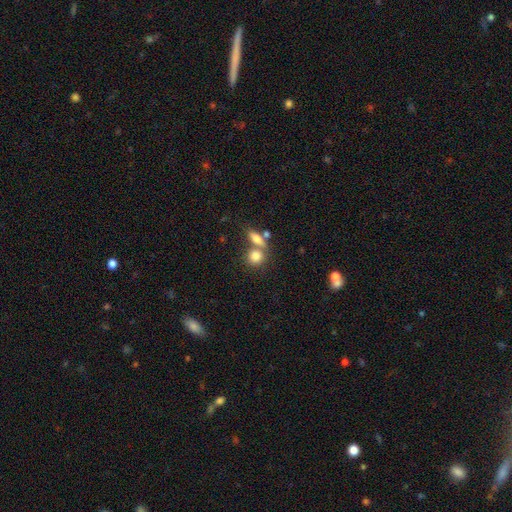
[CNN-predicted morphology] Smooth or featured? Predicted: smooth (p=0.79). How rounded? Predicted: round (p=0.67). Merging? Predicted: none (p=0.47).